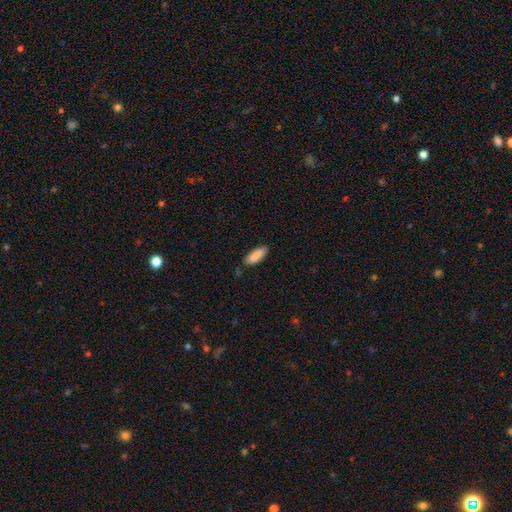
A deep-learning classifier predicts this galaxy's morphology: Overall: smooth (89%). How rounded: in between (67%; cigar-shaped 32%). Merging: none (83%).